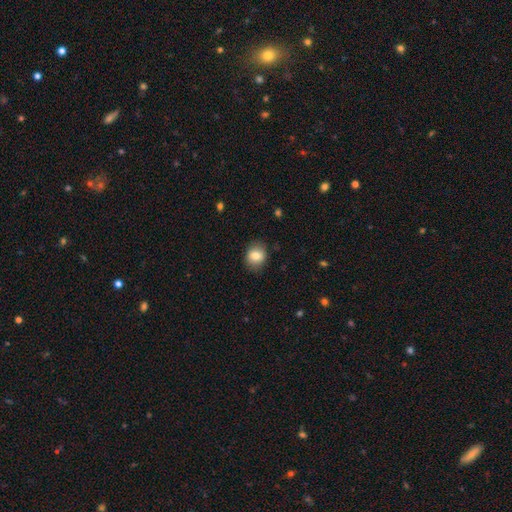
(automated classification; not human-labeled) This appears to be a smooth galaxy with no disk features (80%) that is round (61%). Merging: none (84%).